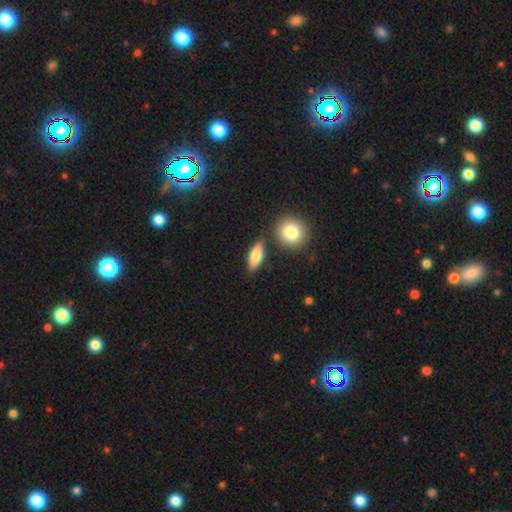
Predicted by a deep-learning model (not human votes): The model was most divided on "how rounded": in between: 68%, cigar-shaped: 24%, round: 8%. More confident: merging — none (79%); smooth or featured — smooth (71%).